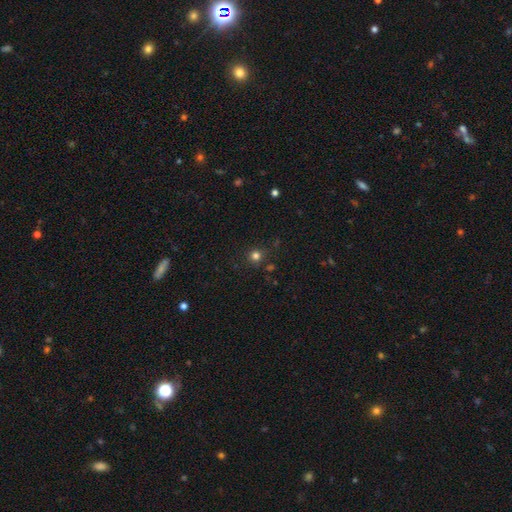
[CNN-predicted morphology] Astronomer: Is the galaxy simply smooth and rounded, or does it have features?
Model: smooth — 78%.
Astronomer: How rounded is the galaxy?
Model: round — 93%.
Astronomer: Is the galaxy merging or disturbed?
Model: none — 85%.